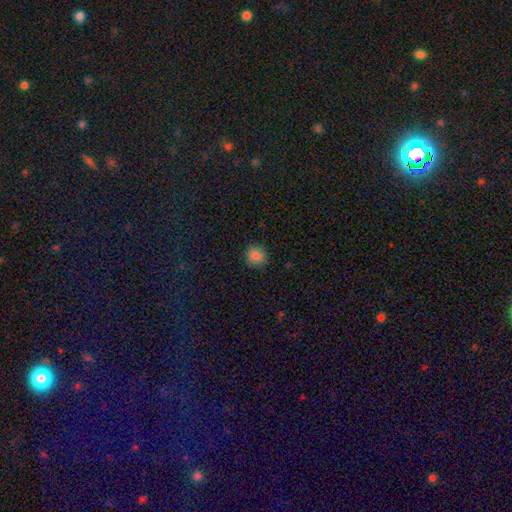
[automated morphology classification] smooth_or_featured: smooth (p=0.85) [alt: star or artifact p=0.10]
how_rounded: round (p=0.89) [alt: in between p=0.10]
merging: none (p=0.87) [alt: minor disturbance p=0.10]